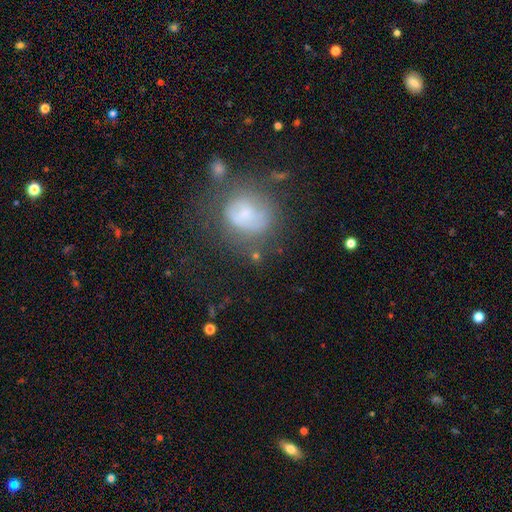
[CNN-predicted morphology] This appears to be a smooth galaxy with no disk features (49%). Merging: none (48%).